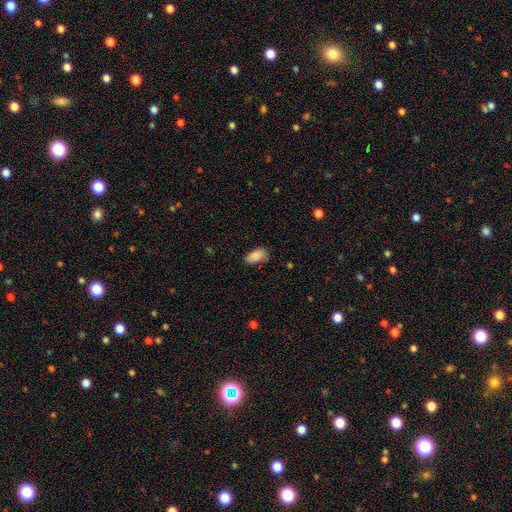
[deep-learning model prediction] smooth_or_featured: smooth (p=0.88) [alt: star or artifact p=0.07]
how_rounded: in between (p=0.93) [alt: cigar-shaped p=0.04]
merging: none (p=0.75) [alt: minor disturbance p=0.20]